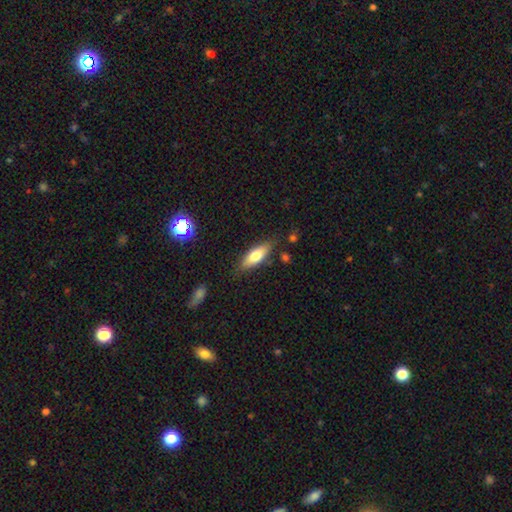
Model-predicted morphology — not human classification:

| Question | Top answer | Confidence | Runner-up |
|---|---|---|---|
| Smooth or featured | smooth | 68% | featured or disk (26%) |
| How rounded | in between | 61% | cigar-shaped (37%) |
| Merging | none | 81% | minor disturbance (14%) |